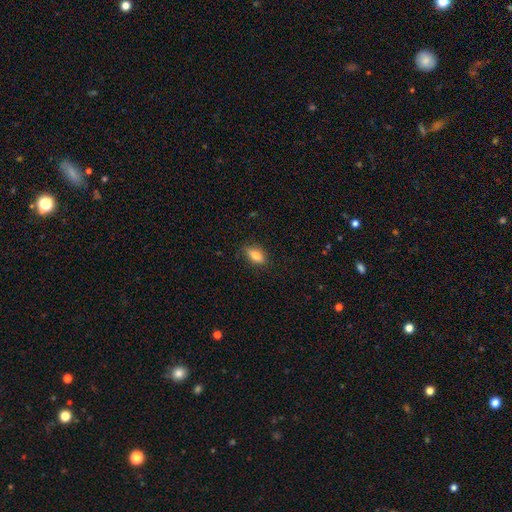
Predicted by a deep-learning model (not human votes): smooth-or-featured: smooth: 75% | featured or disk: 16% | star or artifact: 9%
  how-rounded: in between: 78% | cigar-shaped: 16% | round: 5%
  merging: none: 77% | minor disturbance: 18% | major disturbance: 3% | merger: 1%